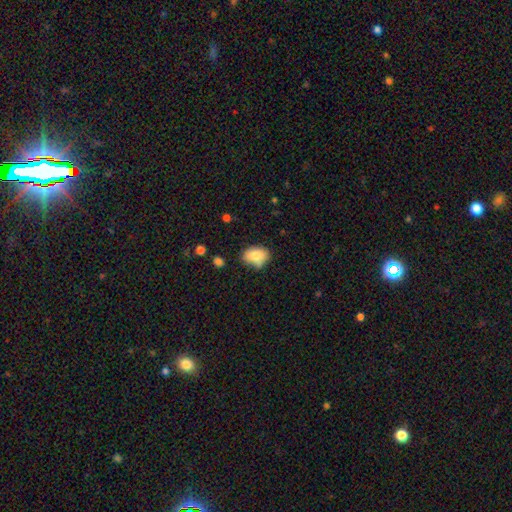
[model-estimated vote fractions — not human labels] Smooth or featured? Predicted: smooth (p=0.80). How rounded? Predicted: in between (p=0.78). Merging? Predicted: none (p=0.64).